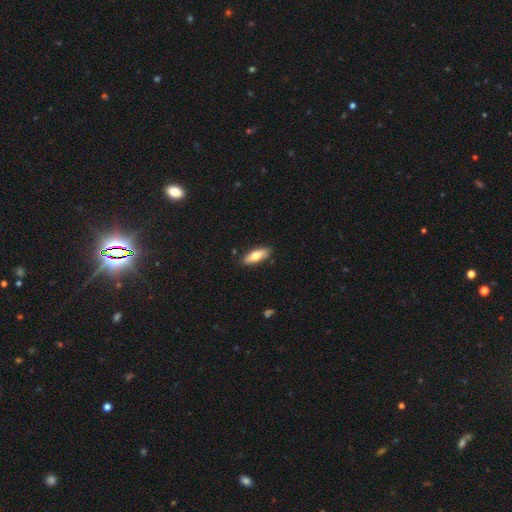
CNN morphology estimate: smooth 71%, featured or disk 23%, star or artifact 6%. Down the decision tree: how rounded — in between (67%); merging — none (86%).